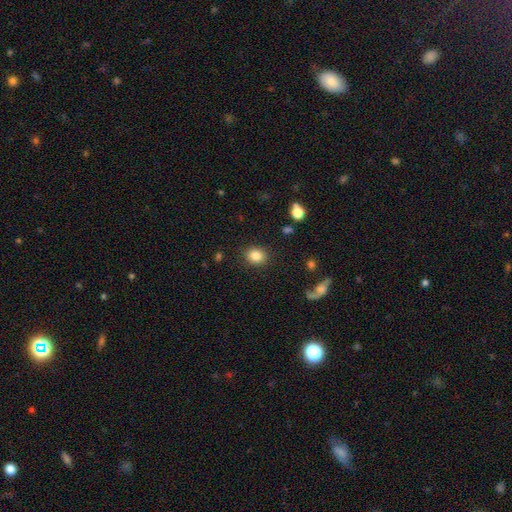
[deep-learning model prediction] The model was most divided on "how rounded": round: 64%, in between: 35%, cigar-shaped: 1%. More confident: merging — none (88%); smooth or featured — smooth (84%).